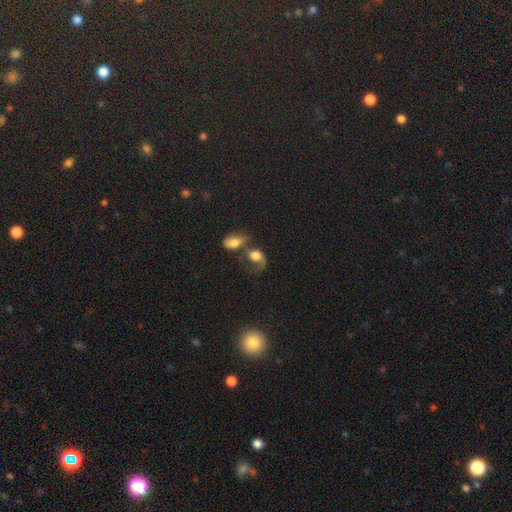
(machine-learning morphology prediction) Smooth or featured? Predicted: smooth (p=0.51). How rounded? Predicted: in between (p=0.61). Merging? Predicted: merger (p=0.52).